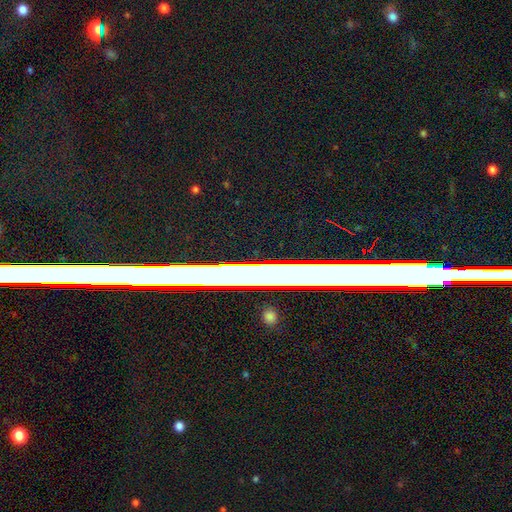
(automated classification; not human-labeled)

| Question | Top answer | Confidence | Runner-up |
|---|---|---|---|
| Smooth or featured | star or artifact | 66% | featured or disk (21%) |